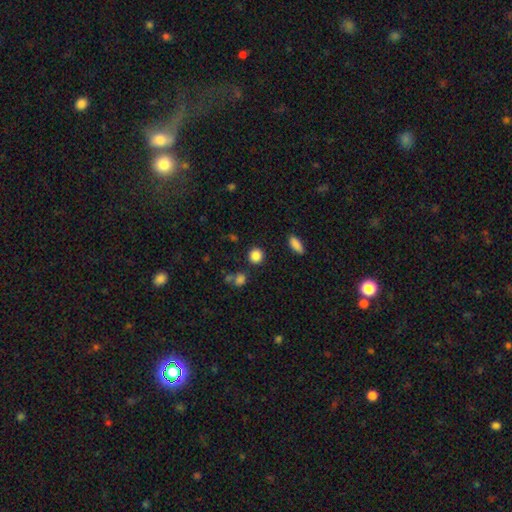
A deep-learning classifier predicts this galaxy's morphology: Overall: smooth (86%). How rounded: round (88%). Merging: none (85%).